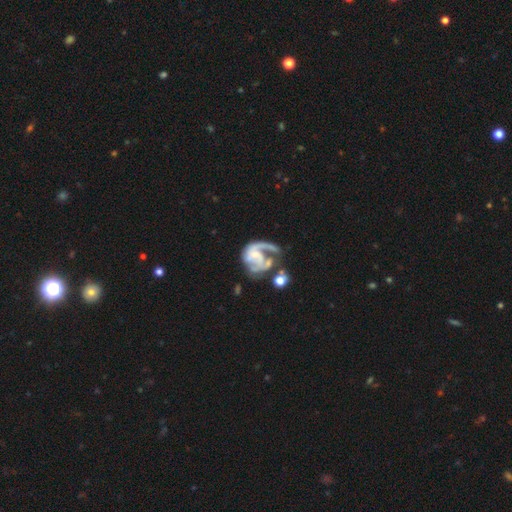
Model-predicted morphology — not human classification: Smooth or featured?
  - featured or disk: 81% *
  - smooth: 12%
  - star or artifact: 7%
Edge-on disk?
  - no: 98% *
  - yes: 2%
Bar?
  - no: 60% *
  - weak: 31%
  - strong: 9%
Spiral arms?
  - yes: 88% *
  - no: 12%
Spiral winding?
  - medium: 42% *
  - tight: 32%
  - loose: 26%
Spiral arm count?
  - 2: 38% *
  - 1: 32%
  - can't tell: 15%
  - 3: 11%
  - 4: 3%
  - more than 4: 3%
Bulge size?
  - small: 37% *
  - none: 36%
  - moderate: 21%
  - large: 5%
  - dominant: 2%
Merging?
  - major disturbance: 39% *
  - none: 27%
  - minor disturbance: 17%
  - merger: 17%